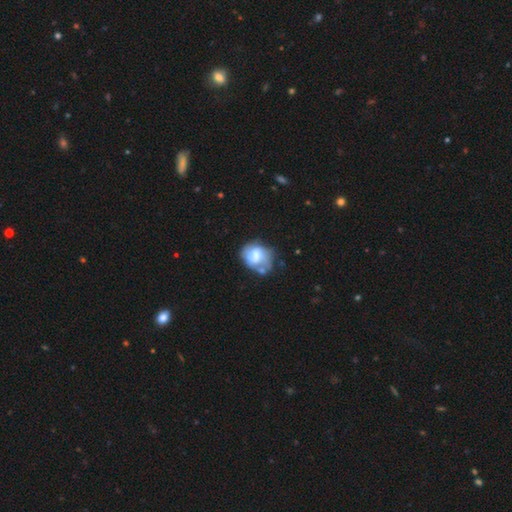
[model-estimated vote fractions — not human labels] Overall: smooth (47%; featured or disk 46%). Merging: none (37%; minor disturbance 30%).